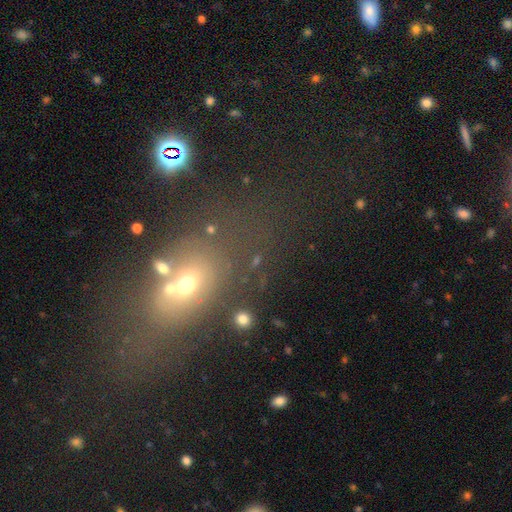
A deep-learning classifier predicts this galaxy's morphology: This is possibly a smooth galaxy (46%). Merging: possibly none (51%).